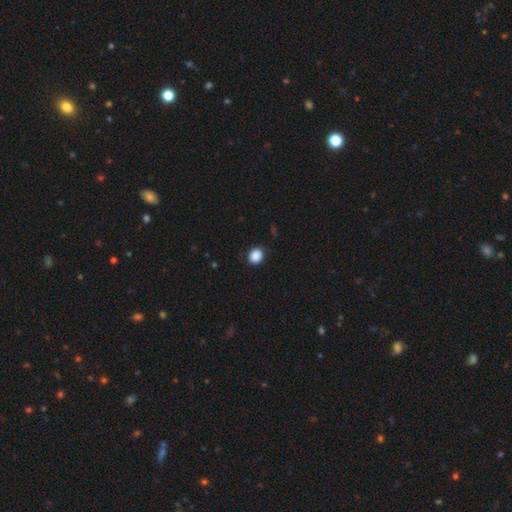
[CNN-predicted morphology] A smooth galaxy with no disk features (88%) that is round (66%).

Vote fractions:
- Smooth or featured? smooth: 88% / star or artifact: 9% / featured or disk: 3%
- How rounded? round: 66% / in between: 33% / cigar-shaped: 1%
- Merging? none: 87% / minor disturbance: 10% / major disturbance: 2% / merger: 1%